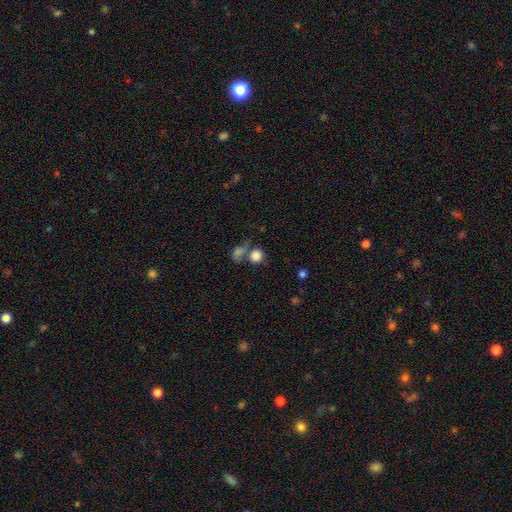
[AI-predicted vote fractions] A smooth galaxy with no disk features (83%) that is round (83%). Merging: none (46%).